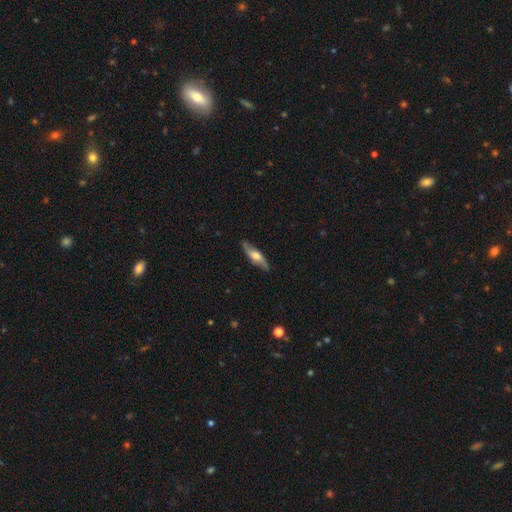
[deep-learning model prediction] smooth_or_featured: featured or disk (p=0.54) [alt: smooth p=0.40]
disk_edge_on: yes (p=0.59) [alt: no p=0.41]
merging: none (p=0.84) [alt: minor disturbance p=0.13]